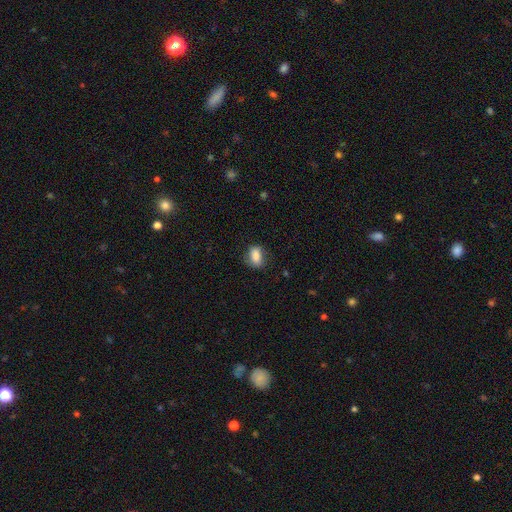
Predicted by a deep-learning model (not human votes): A smooth galaxy with no disk features (85%) that is in between round and cigar-shaped (82%).

Vote fractions:
- Smooth or featured? smooth: 85% / star or artifact: 8% / featured or disk: 7%
- How rounded? in between: 82% / round: 15% / cigar-shaped: 3%
- Merging? none: 71% / minor disturbance: 21% / major disturbance: 6% / merger: 1%